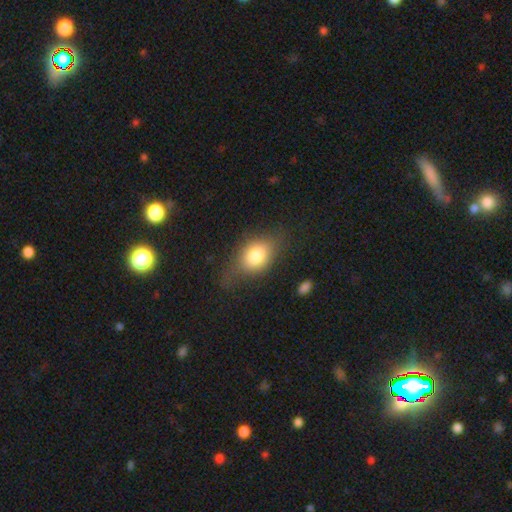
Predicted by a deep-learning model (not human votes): Smooth or featured? Predicted: smooth (p=0.76). How rounded? Predicted: in between (p=0.73). Merging? Predicted: none (p=0.54).